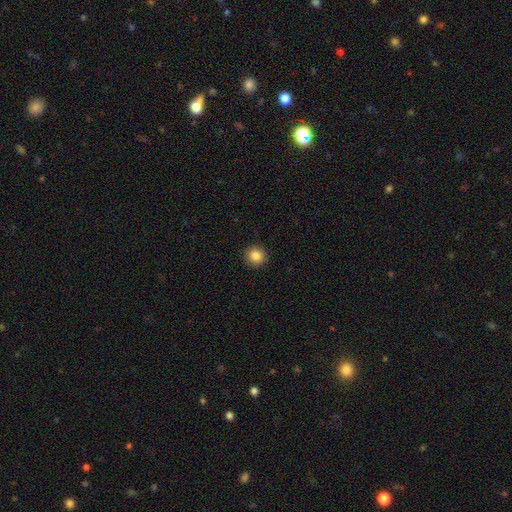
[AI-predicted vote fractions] Smooth or featured: smooth — 85% (star or artifact — 10%)
How rounded: round — 94% (in between — 5%)
Merging: none — 92% (minor disturbance — 5%)